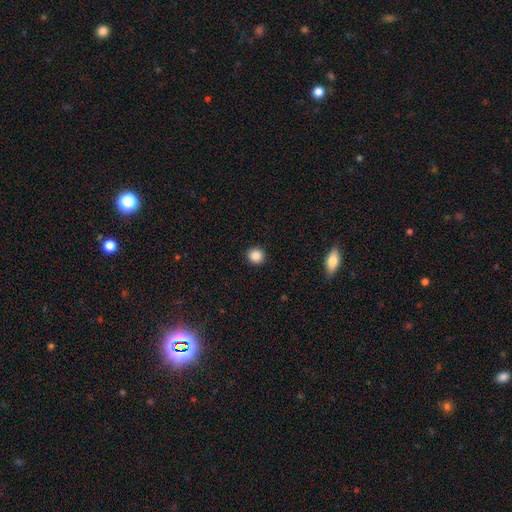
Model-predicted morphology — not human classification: This appears to be a smooth galaxy with no disk features (87%) that is round (93%). Merging: none (93%).